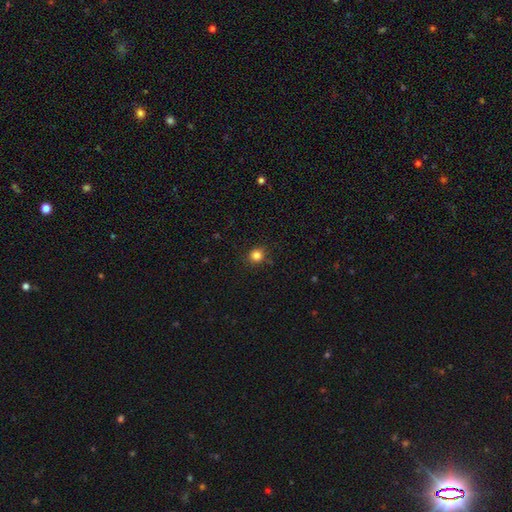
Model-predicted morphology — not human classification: smooth_or_featured: smooth (p=0.83) [alt: star or artifact p=0.13]
how_rounded: round (p=0.90) [alt: in between p=0.09]
merging: none (p=0.87) [alt: minor disturbance p=0.09]